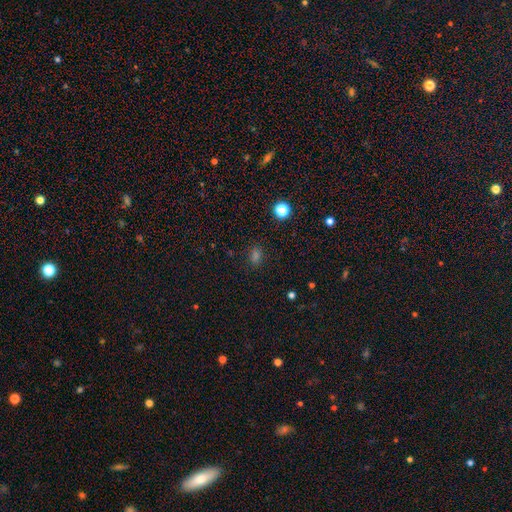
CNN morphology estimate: smooth 66%, star or artifact 29%, featured or disk 5%. Down the decision tree: how rounded — in between (63%); merging — none (84%).